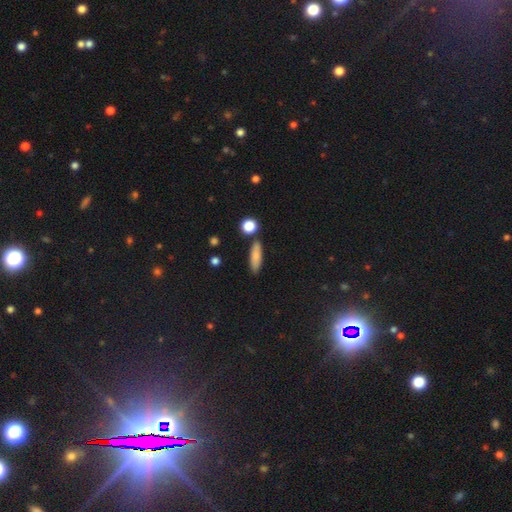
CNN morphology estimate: This appears to be a smooth galaxy with no disk features (82%) that is cigar-shaped (51%). Merging: none (81%).